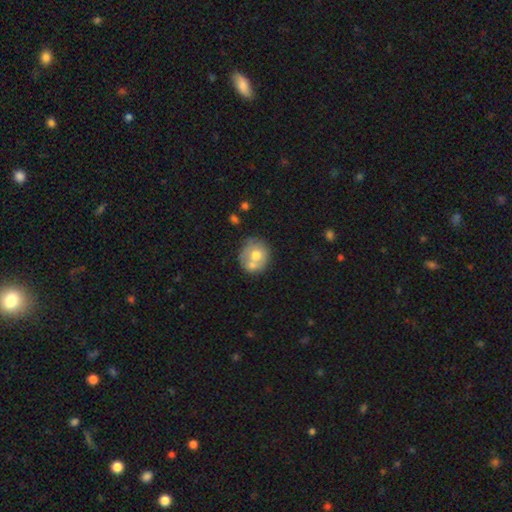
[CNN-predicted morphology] This appears to be a smooth galaxy with no disk features (58%) that is round (78%). Merging: none (42%).